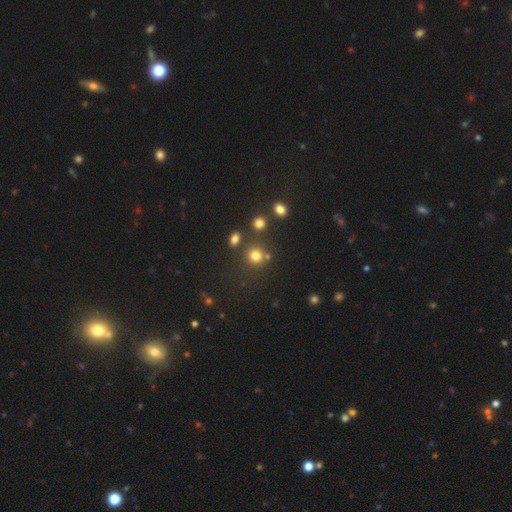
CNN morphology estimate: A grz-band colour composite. It shows a smooth galaxy with no disk features (75%) that is round (88%). Merging: none (72%).